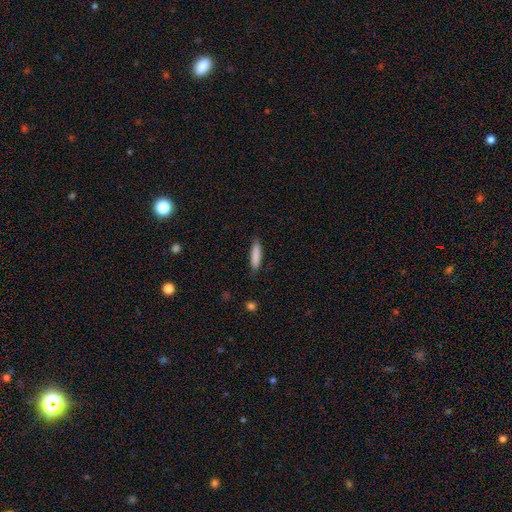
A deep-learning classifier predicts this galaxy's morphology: A smooth galaxy with no disk features (85%) that is cigar-shaped (77%).

Vote fractions:
- Smooth or featured? smooth: 85% / featured or disk: 8% / star or artifact: 6%
- How rounded? cigar-shaped: 77% / in between: 22% / round: 1%
- Merging? none: 85% / minor disturbance: 11% / major disturbance: 2% / merger: 1%